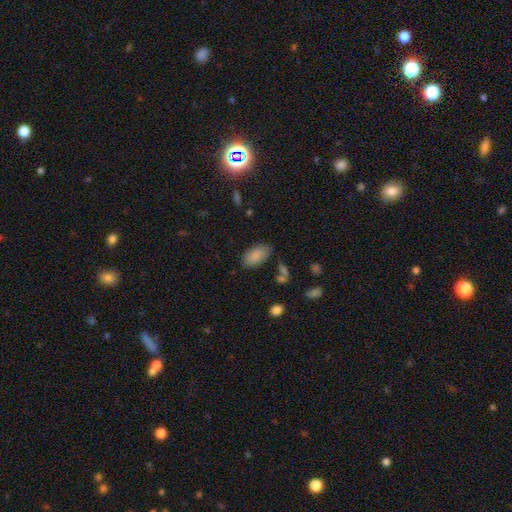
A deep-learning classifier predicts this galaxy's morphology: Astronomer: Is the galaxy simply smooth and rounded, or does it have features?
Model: smooth — 85%.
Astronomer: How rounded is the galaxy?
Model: in between — 94%.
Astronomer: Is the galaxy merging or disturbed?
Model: none — 77%.